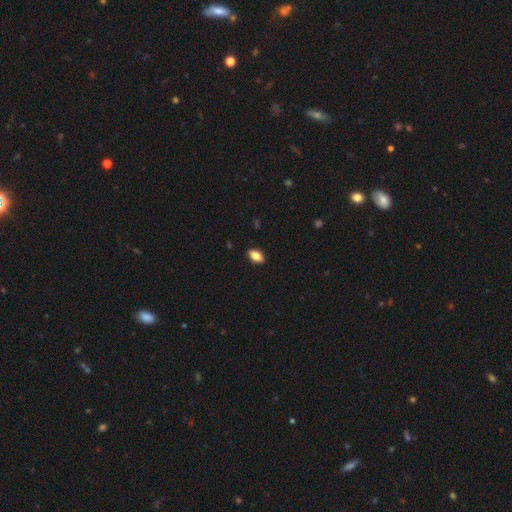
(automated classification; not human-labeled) Smooth or featured? Predicted: smooth (p=0.83). How rounded? Predicted: in between (p=0.89). Merging? Predicted: none (p=0.89).